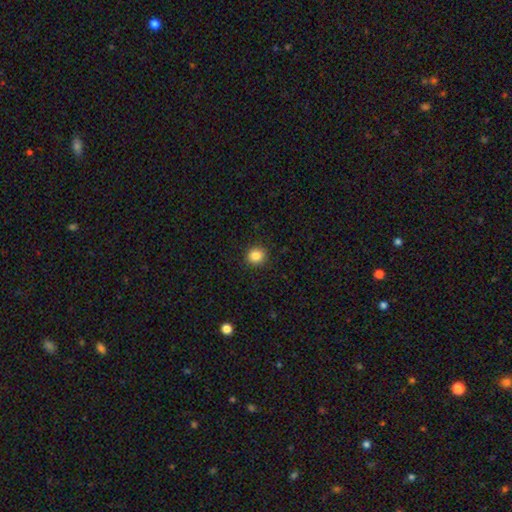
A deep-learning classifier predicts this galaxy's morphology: smooth 85%, star or artifact 10%, featured or disk 4%. Down the decision tree: how rounded — round (87%); merging — none (91%).